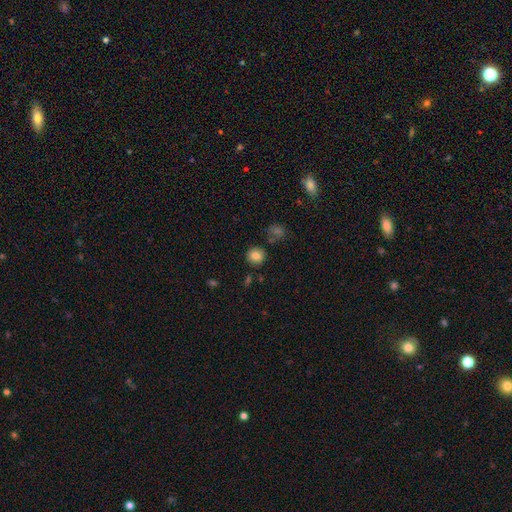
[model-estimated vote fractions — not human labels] The model was most divided on "smooth or featured": smooth: 82%, star or artifact: 11%, featured or disk: 7%. More confident: how rounded — round (88%); merging — none (85%).